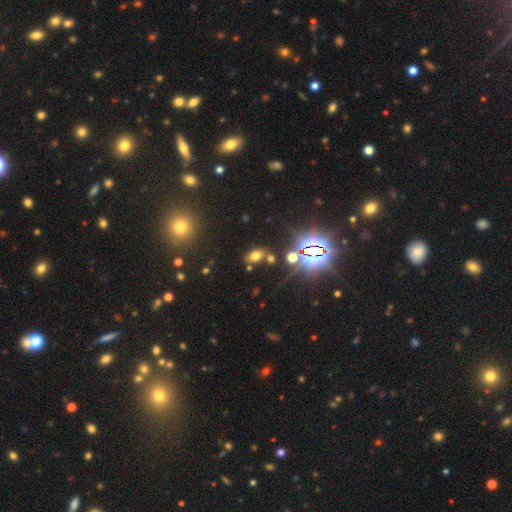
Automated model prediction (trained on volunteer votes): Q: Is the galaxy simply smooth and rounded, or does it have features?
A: smooth — 56%.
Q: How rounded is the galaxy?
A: in between — 86%.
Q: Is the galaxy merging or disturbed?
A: none — 72%.